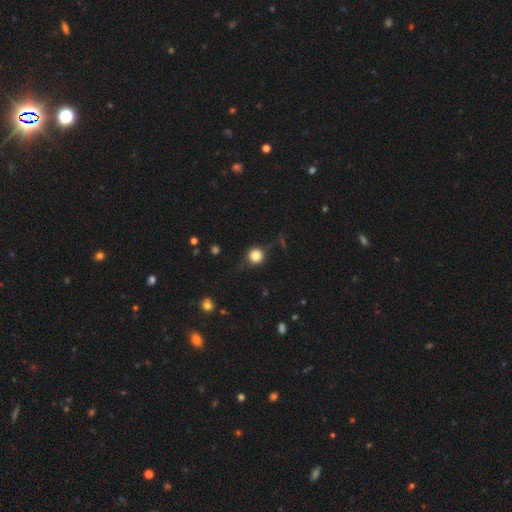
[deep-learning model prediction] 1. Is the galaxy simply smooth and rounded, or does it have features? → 82% smooth, 11% star or artifact, 7% featured or disk.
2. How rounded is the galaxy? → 93% round, 6% in between, 1% cigar-shaped.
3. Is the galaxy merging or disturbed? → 78% none, 14% minor disturbance, 6% major disturbance, 2% merger.